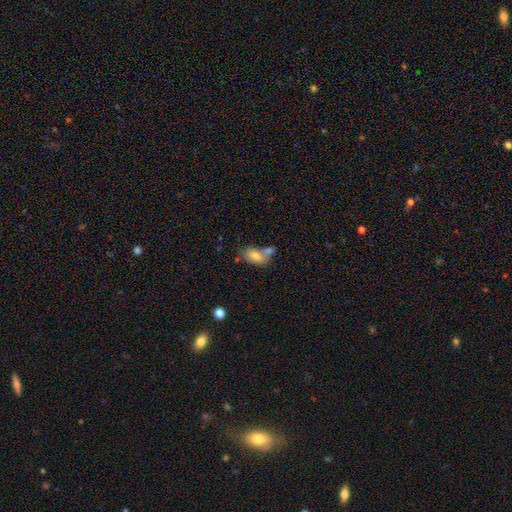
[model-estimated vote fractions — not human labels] smooth 73%, featured or disk 19%, star or artifact 8%. Down the decision tree: how rounded — in between (90%); merging — merger (42%).